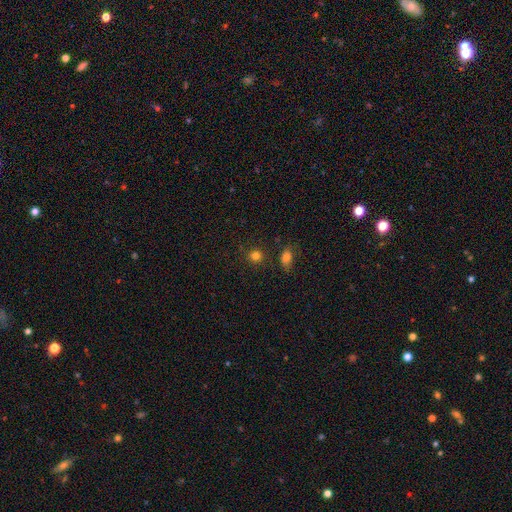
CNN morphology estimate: smooth-or-featured: smooth: 80% | star or artifact: 15% | featured or disk: 6%
  how-rounded: round: 87% | in between: 12% | cigar-shaped: 1%
  merging: none: 83% | minor disturbance: 9% | merger: 5% | major disturbance: 3%